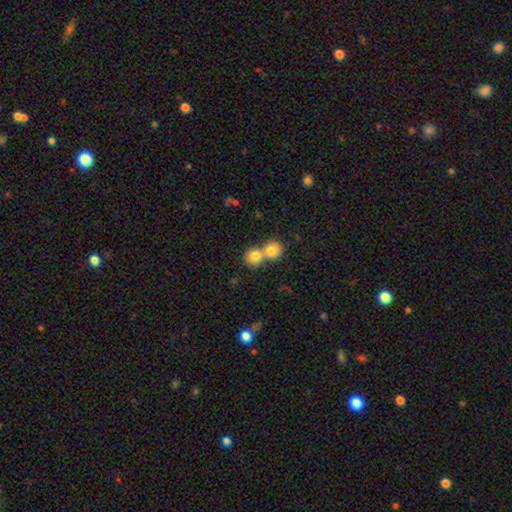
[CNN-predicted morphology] Smooth or featured? smooth (80%)
How rounded? round (83%)
Merging? merger (58%)